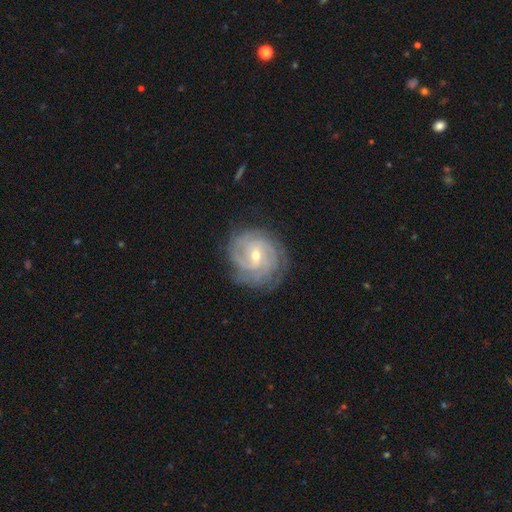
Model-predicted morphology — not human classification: smooth_or_featured: featured or disk (p=0.85) [alt: smooth p=0.09]
disk_edge_on: no (p=0.97) [alt: yes p=0.03]
bar: weak (p=0.49) [alt: no p=0.37]
has_spiral_arms: yes (p=0.96) [alt: no p=0.04]
spiral_winding: tight (p=0.71) [alt: medium p=0.24]
spiral_arm_count: can't tell (p=0.30) [alt: 3 p=0.23]
bulge_size: small (p=0.54) [alt: moderate p=0.44]
merging: none (p=0.78) [alt: minor disturbance p=0.15]